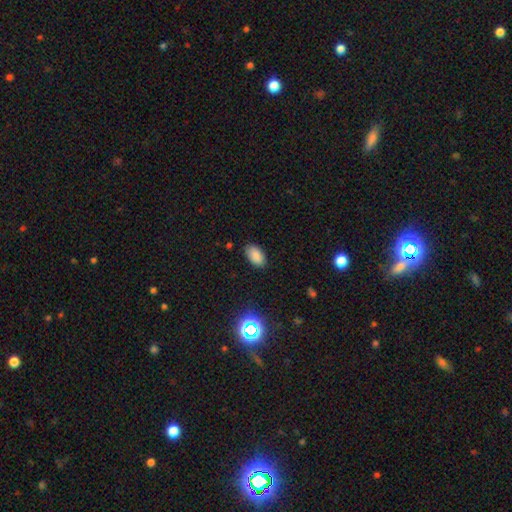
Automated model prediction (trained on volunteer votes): Q: Smooth or featured?
A: smooth (85%); runner-up: star or artifact (11%)
Q: How rounded?
A: in between (93%); runner-up: round (5%)
Q: Merging?
A: none (85%); runner-up: minor disturbance (11%)